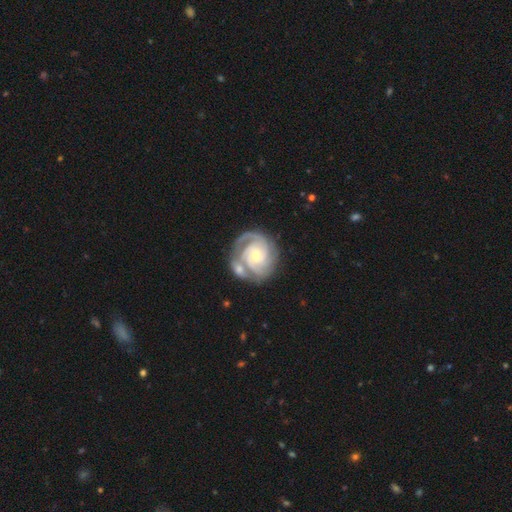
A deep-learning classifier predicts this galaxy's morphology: A featured or disk galaxy (89%) with no bar (57%), 3 (42%) tight (71%) spiral arms (98%) and a moderate central bulge (50%).

Vote fractions:
- Smooth or featured? featured or disk: 89% / smooth: 7% / star or artifact: 4%
- Edge-on disk? no: 98% / yes: 2%
- Bar? no: 57% / weak: 35% / strong: 8%
- Spiral arms? yes: 98% / no: 2%
- Spiral winding? tight: 71% / medium: 25% / loose: 4%
- Spiral arm count? 3: 42% / 2: 23% / can't tell: 14% / 4: 11% / 1: 5% / more than 4: 4%
- Bulge size? moderate: 50% / small: 46% / large: 2% / none: 1% / dominant: 1%
- Merging? none: 53% / merger: 26% / minor disturbance: 15% / major disturbance: 7%